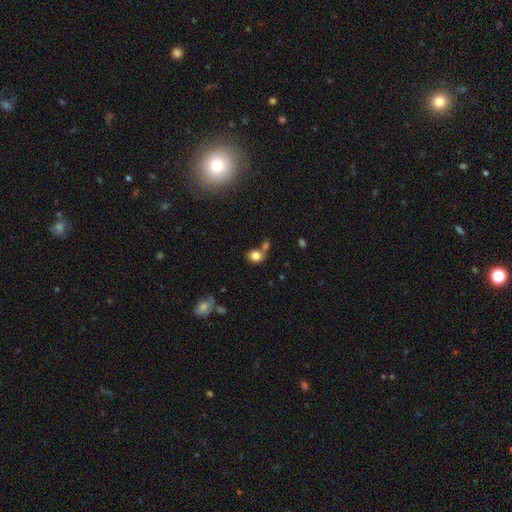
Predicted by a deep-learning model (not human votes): smooth-or-featured: smooth: 80% | star or artifact: 11% | featured or disk: 9%
  how-rounded: round: 64% | in between: 35% | cigar-shaped: 1%
  merging: none: 50% | merger: 28% | minor disturbance: 15% | major disturbance: 7%